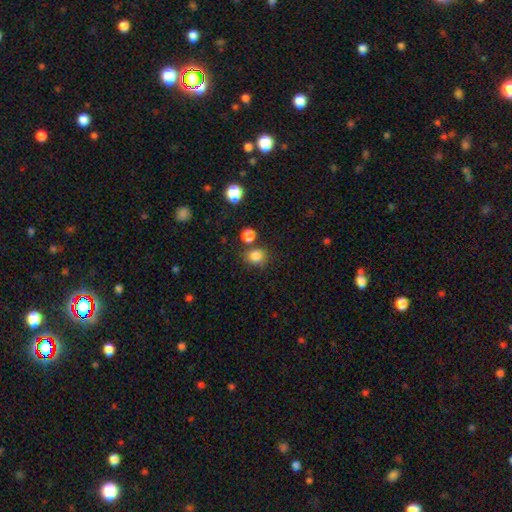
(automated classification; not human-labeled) A smooth galaxy with no disk features (83%) that is round (75%).

Vote fractions:
- Smooth or featured? smooth: 83% / star or artifact: 12% / featured or disk: 5%
- How rounded? round: 75% / in between: 24% / cigar-shaped: 1%
- Merging? none: 69% / minor disturbance: 14% / merger: 13% / major disturbance: 4%